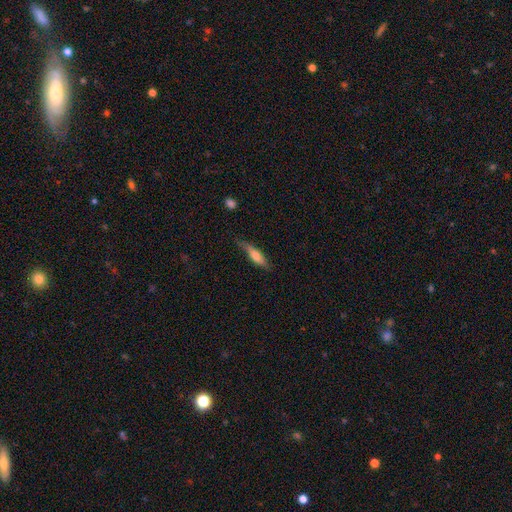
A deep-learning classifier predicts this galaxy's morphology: A smooth galaxy with no disk features (62%) that is cigar-shaped (63%). Merging: none (58%).